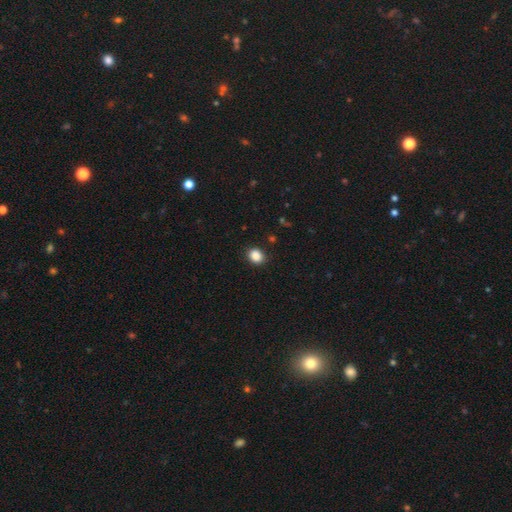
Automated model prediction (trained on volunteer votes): Smooth or featured? Predicted: smooth (p=0.88). How rounded? Predicted: round (p=0.55). Merging? Predicted: none (p=0.88).